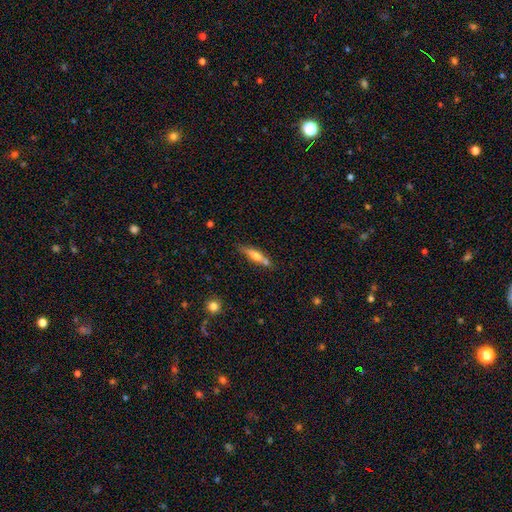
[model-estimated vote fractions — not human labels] Smooth or featured: smooth — 49% (featured or disk — 45%)
Merging: none — 71% (minor disturbance — 15%)